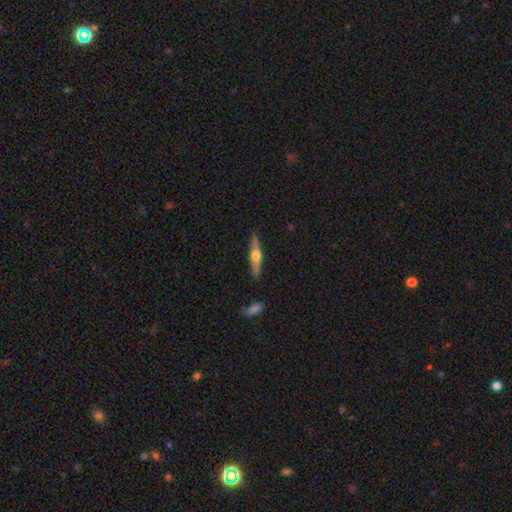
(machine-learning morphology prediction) Q: Smooth or featured?
A: featured or disk (61%); runner-up: smooth (33%)
Q: Edge-on disk?
A: yes (95%); runner-up: no (5%)
Q: Edge-on bulge?
A: rounded (94%); runner-up: boxy (3%)
Q: Merging?
A: none (88%); runner-up: minor disturbance (8%)